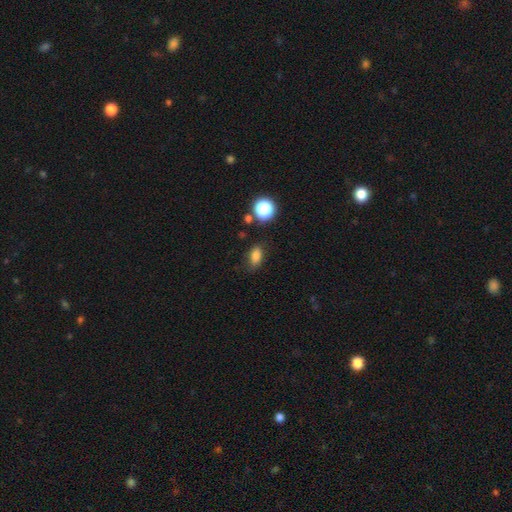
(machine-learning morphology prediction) This appears to be a smooth galaxy with no disk features (80%) that is in between round and cigar-shaped (82%). Merging: none (74%).